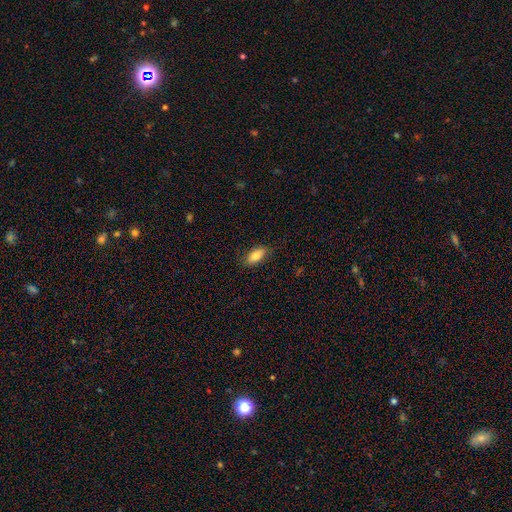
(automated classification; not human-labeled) Smooth or featured? Predicted: smooth (p=0.82). How rounded? Predicted: in between (p=0.90). Merging? Predicted: none (p=0.84).